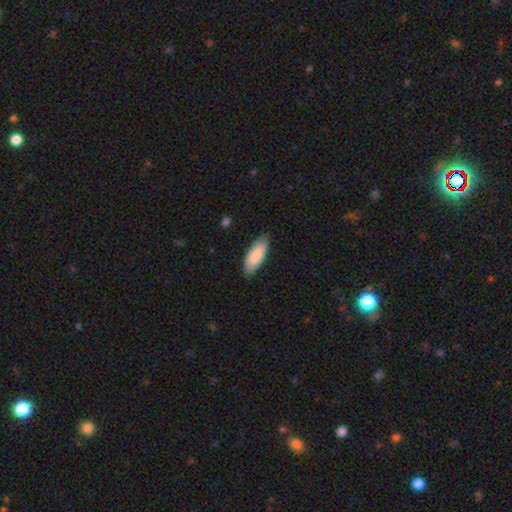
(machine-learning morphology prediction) A smooth galaxy with no disk features (86%) that is in between round and cigar-shaped (75%). Merging: none (84%).